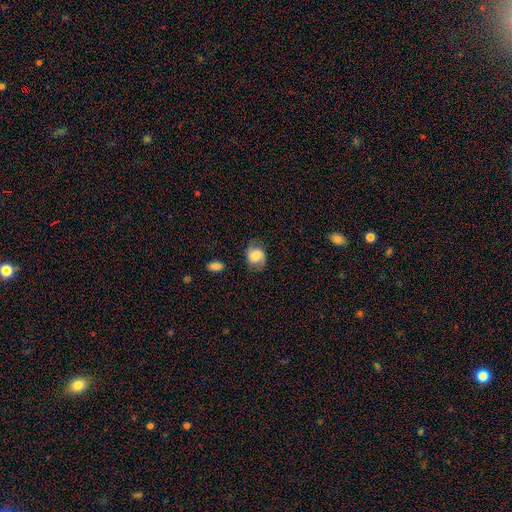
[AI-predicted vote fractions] This is possibly a featured or disk galaxy (55%). It is clearly not viewed edge-on (98%). Bar: possibly no (57%). Spiral arm pattern: clearly yes (92%). Central bulge: marginally moderate (34%). Merging: likely none (73%).